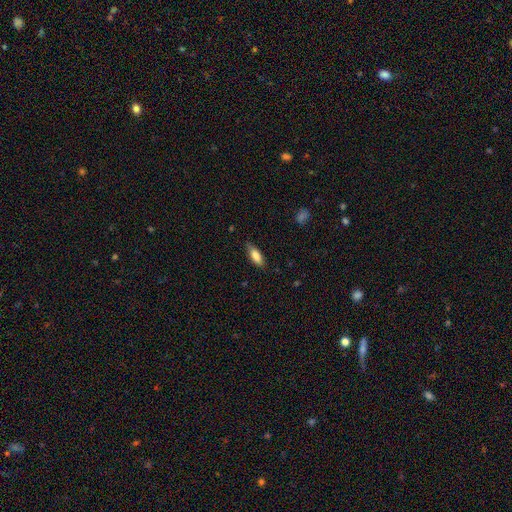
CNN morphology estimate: type=smooth (80%); roundness=in between (71%); merging=none (79%).